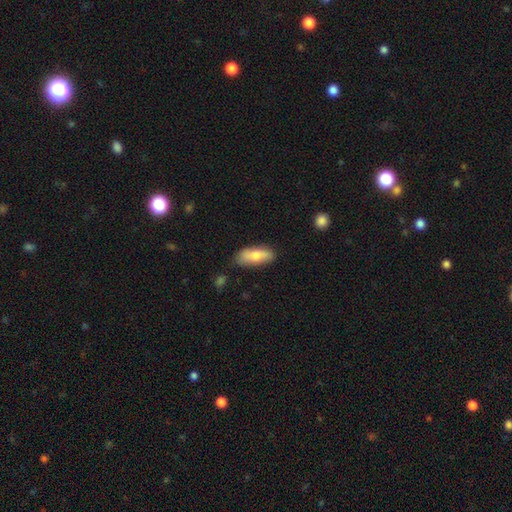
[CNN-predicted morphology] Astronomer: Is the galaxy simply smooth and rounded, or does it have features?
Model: smooth — 73%.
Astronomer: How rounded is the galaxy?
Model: in between — 75%.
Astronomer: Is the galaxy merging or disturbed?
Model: none — 73%.